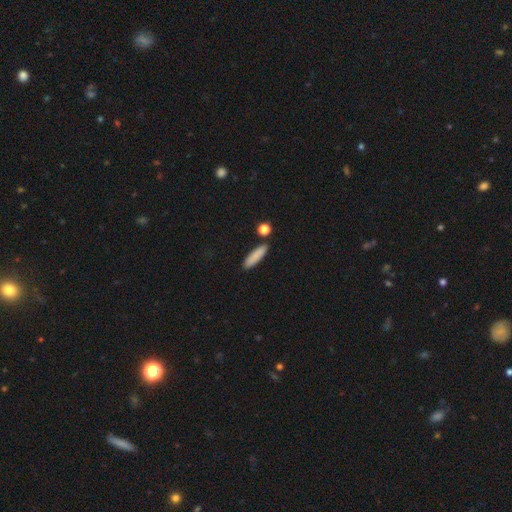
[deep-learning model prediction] smooth 85%, featured or disk 8%, star or artifact 7%. Down the decision tree: how rounded — cigar-shaped (69%); merging — none (84%).